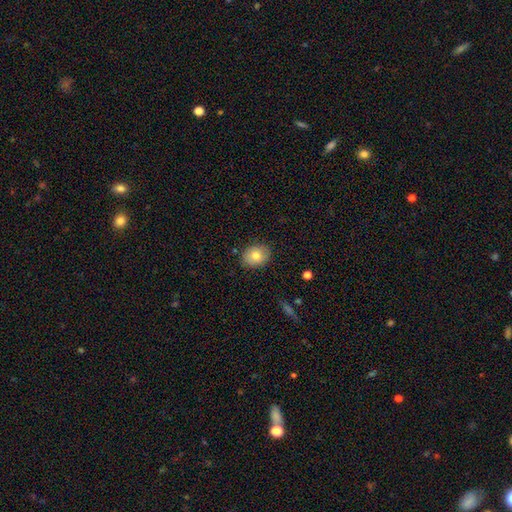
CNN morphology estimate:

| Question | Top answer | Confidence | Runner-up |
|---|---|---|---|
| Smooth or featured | smooth | 77% | featured or disk (15%) |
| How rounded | in between | 53% | round (46%) |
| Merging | none | 86% | minor disturbance (11%) |